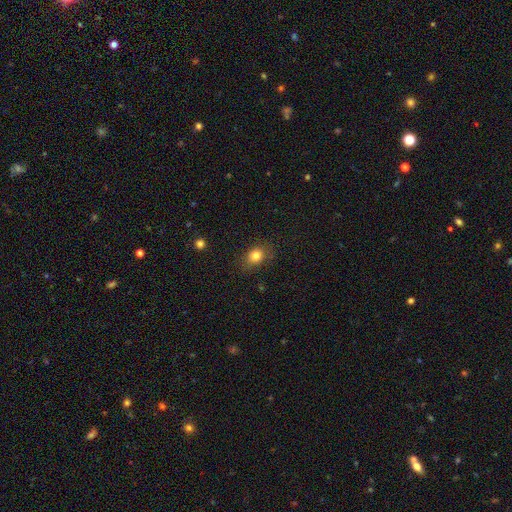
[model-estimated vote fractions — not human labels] smooth_or_featured: smooth (p=0.81) [alt: star or artifact p=0.11]
how_rounded: in between (p=0.56) [alt: round p=0.43]
merging: none (p=0.78) [alt: minor disturbance p=0.16]